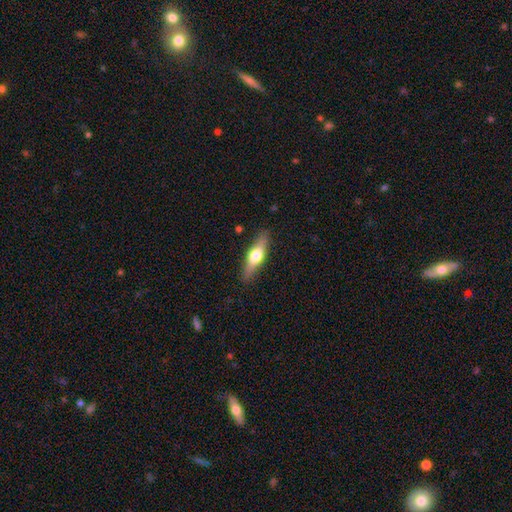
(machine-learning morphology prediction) Overall: featured or disk (49%; smooth 45%). Merging: none (87%).